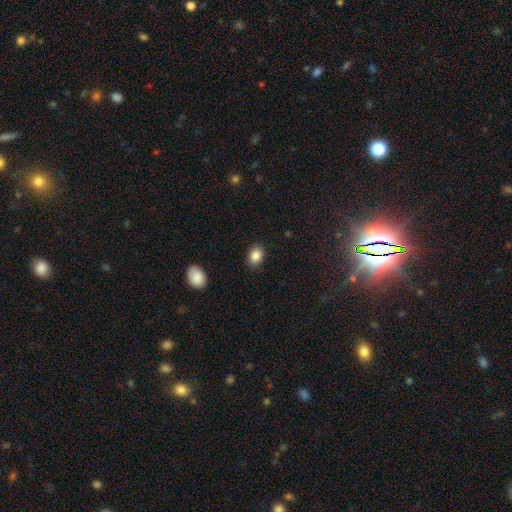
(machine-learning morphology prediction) Smooth or featured?
  - smooth: 87% *
  - star or artifact: 9%
  - featured or disk: 5%
How rounded?
  - in between: 65% *
  - round: 34%
  - cigar-shaped: 1%
Merging?
  - none: 87% *
  - minor disturbance: 9%
  - major disturbance: 2%
  - merger: 1%